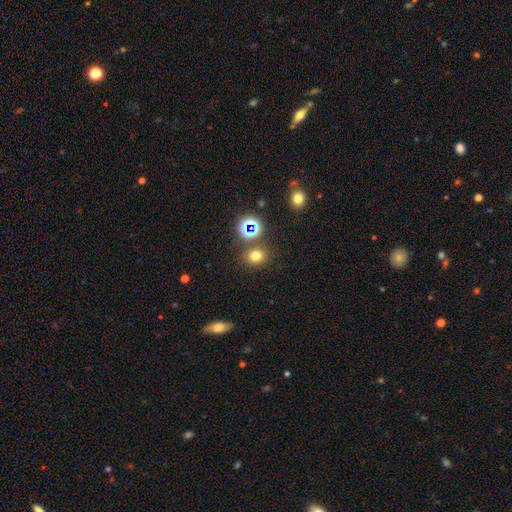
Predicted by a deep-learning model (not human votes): A smooth galaxy with no disk features (70%) that is round (62%).

Vote fractions:
- Smooth or featured? smooth: 70% / star or artifact: 23% / featured or disk: 7%
- How rounded? round: 62% / in between: 37% / cigar-shaped: 1%
- Merging? none: 79% / minor disturbance: 9% / merger: 8% / major disturbance: 4%